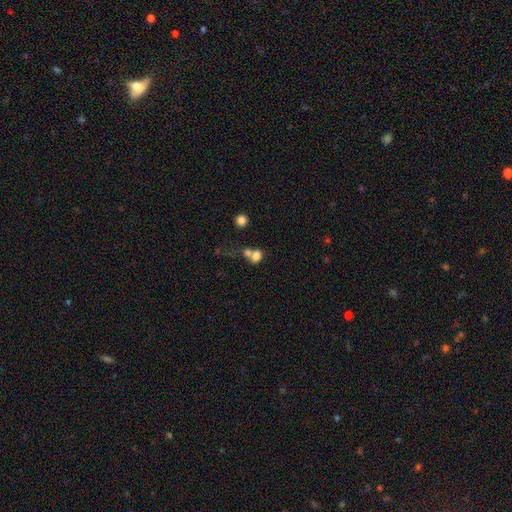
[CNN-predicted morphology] This is likely a smooth galaxy (76%). How rounded: possibly in between (55%). Merging: possibly merger (56%).